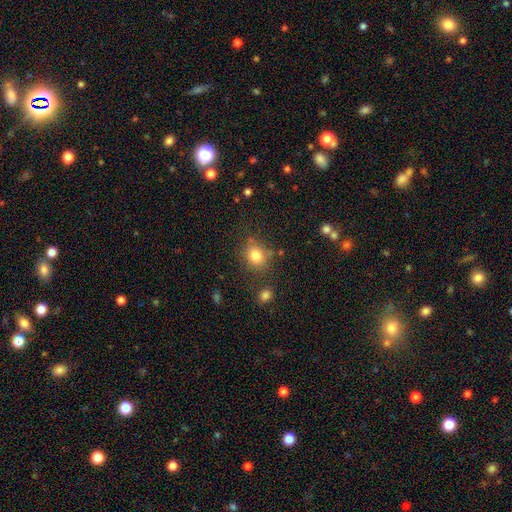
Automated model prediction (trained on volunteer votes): This appears to be a smooth galaxy with no disk features (80%) that is round (78%). Merging: none (75%).